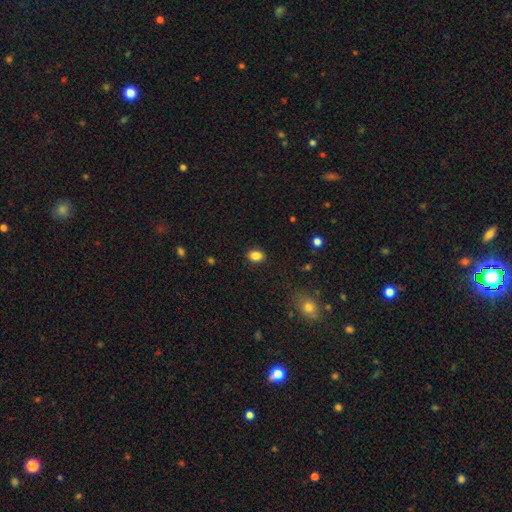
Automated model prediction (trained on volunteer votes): smooth_or_featured: smooth (p=0.86) [alt: star or artifact p=0.10]
how_rounded: in between (p=0.76) [alt: round p=0.23]
merging: none (p=0.88) [alt: minor disturbance p=0.08]